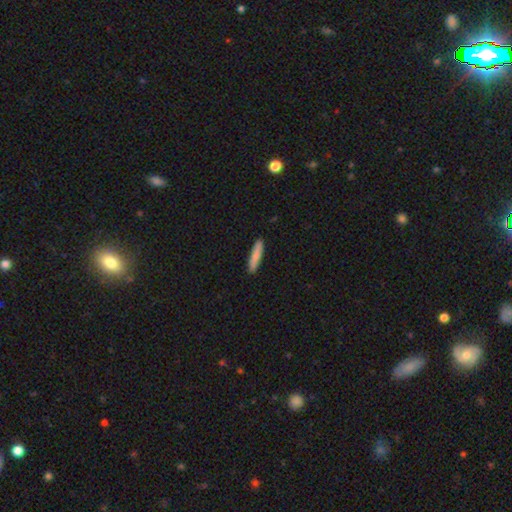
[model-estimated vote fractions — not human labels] Morphology: type=smooth (85%); roundness=cigar-shaped (88%); merging=none (90%).